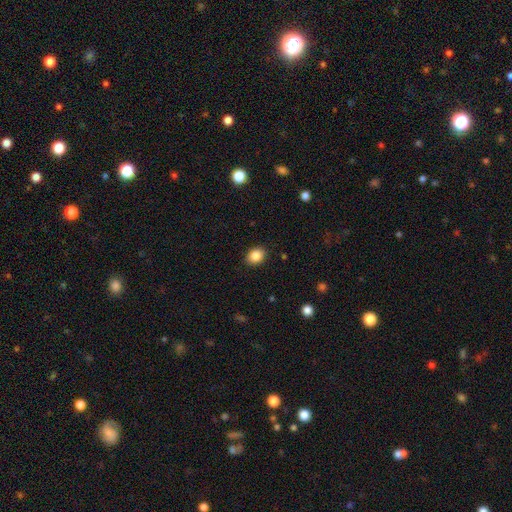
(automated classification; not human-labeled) Q: Smooth or featured?
A: smooth (86%); runner-up: star or artifact (9%)
Q: How rounded?
A: in between (58%); runner-up: round (42%)
Q: Merging?
A: none (89%); runner-up: minor disturbance (8%)